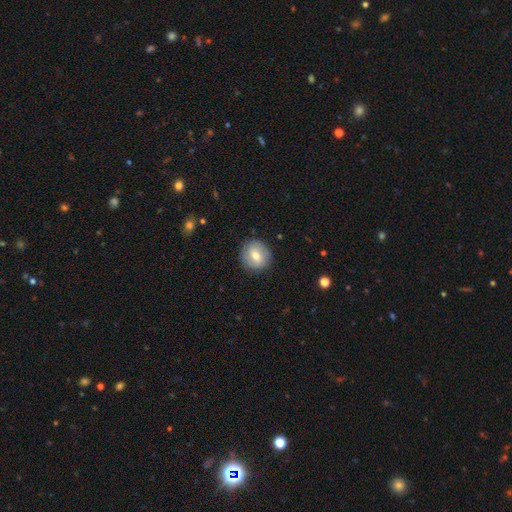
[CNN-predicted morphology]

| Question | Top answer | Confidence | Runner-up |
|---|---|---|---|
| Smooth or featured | smooth | 63% | featured or disk (29%) |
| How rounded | round | 85% | in between (14%) |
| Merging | none | 87% | minor disturbance (10%) |